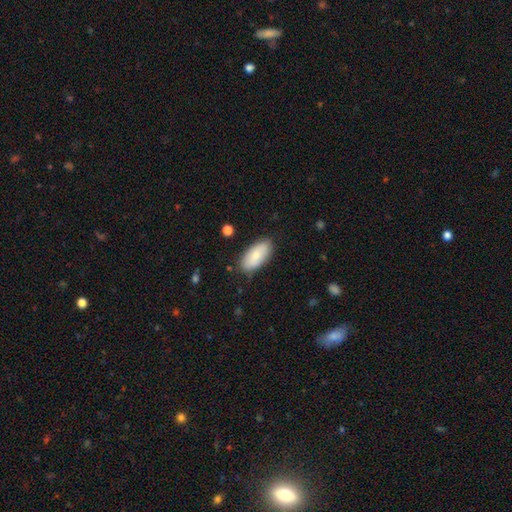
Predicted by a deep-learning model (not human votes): The model was most divided on "smooth or featured": smooth: 74%, featured or disk: 20%, star or artifact: 6%. More confident: how rounded — in between (93%); merging — none (83%).